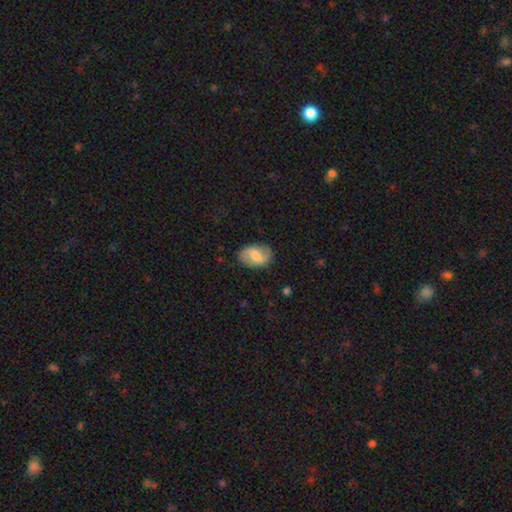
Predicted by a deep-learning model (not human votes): smooth_or_featured: smooth (p=0.51) [alt: featured or disk p=0.42]
how_rounded: in between (p=0.85) [alt: round p=0.13]
merging: none (p=0.81) [alt: minor disturbance p=0.14]